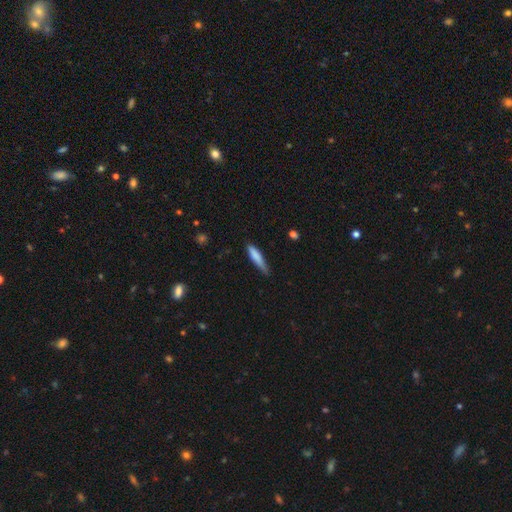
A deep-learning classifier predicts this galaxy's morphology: Smooth or featured: smooth — 79% (featured or disk — 15%)
How rounded: cigar-shaped — 82% (in between — 17%)
Merging: none — 56% (minor disturbance — 36%)